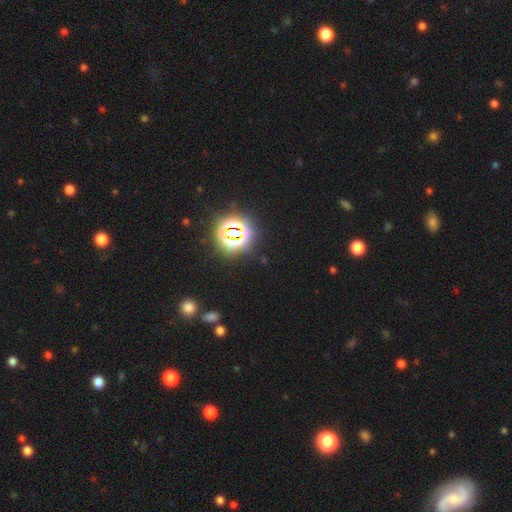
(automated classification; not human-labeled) star or artifact 79%, smooth 14%, featured or disk 7%.